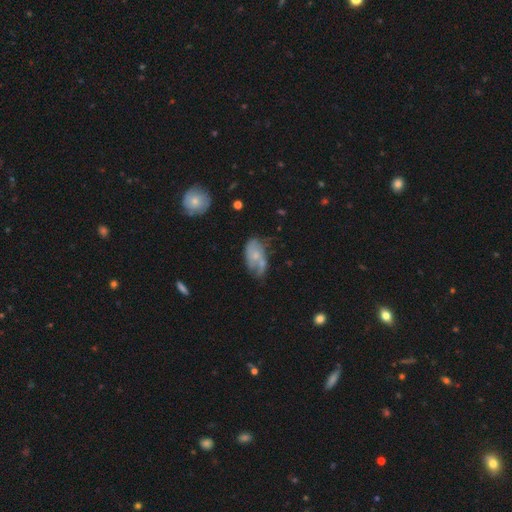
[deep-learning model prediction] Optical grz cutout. It shows a featured or disk galaxy (56%) with no bar (78%), spiral arms (65%) and a small central bulge (62%). Merging: none (35%).